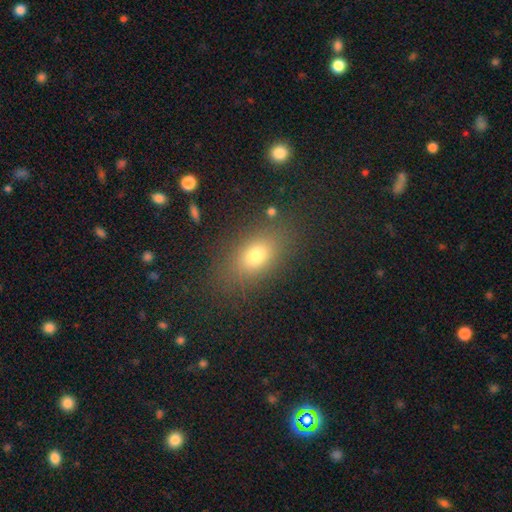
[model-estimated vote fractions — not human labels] Smooth or featured? smooth (74%)
How rounded? in between (79%)
Merging? none (82%)